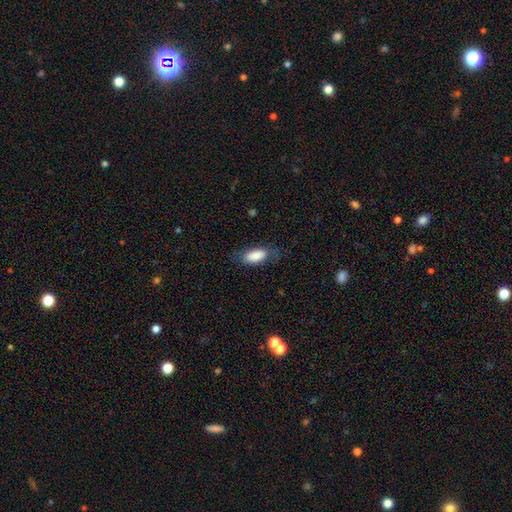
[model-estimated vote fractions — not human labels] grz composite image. It shows a smooth galaxy with no disk features (84%) that is in between round and cigar-shaped (84%). Merging: none (71%).